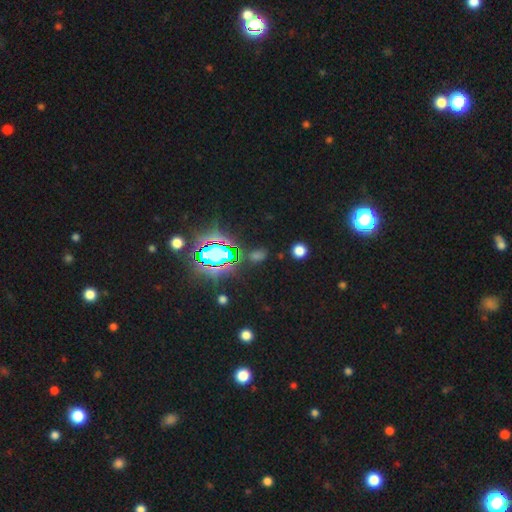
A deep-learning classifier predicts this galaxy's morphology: Smooth or featured?
  - star or artifact: 60% *
  - smooth: 31%
  - featured or disk: 9%